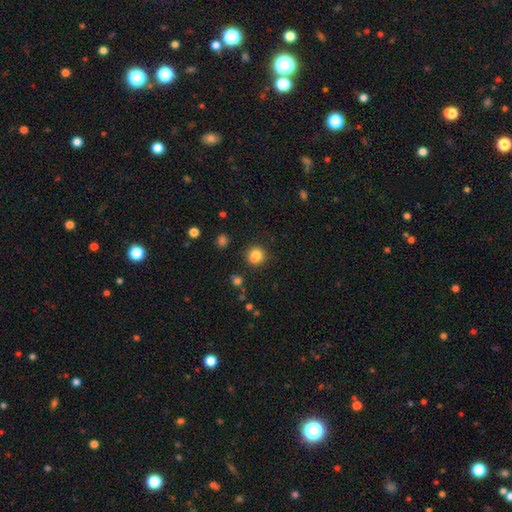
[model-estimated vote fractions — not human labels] Morphology: type=smooth (82%); roundness=round (83%); merging=none (73%).